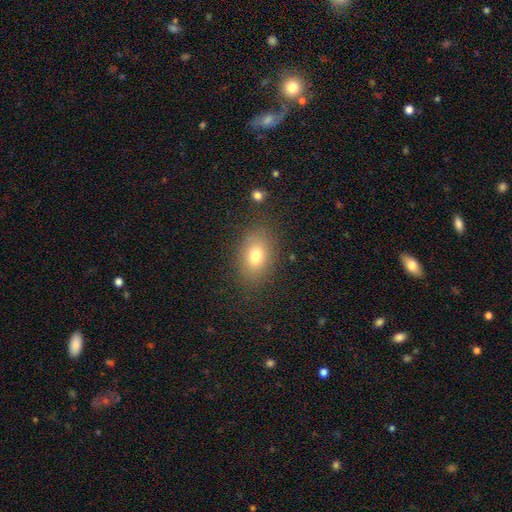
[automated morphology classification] This is likely a smooth galaxy (76%). How rounded: clearly in between (83%). Merging: clearly none (82%).